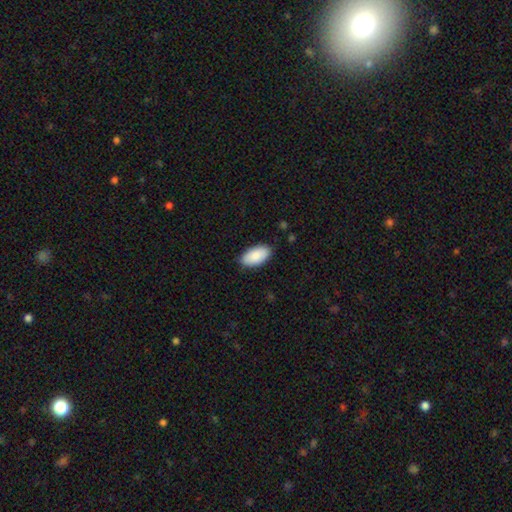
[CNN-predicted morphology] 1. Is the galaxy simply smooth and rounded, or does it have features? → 89% smooth, 6% star or artifact, 6% featured or disk.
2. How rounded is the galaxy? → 96% in between, 2% cigar-shaped, 2% round.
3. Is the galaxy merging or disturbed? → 87% none, 10% minor disturbance, 2% major disturbance, 1% merger.